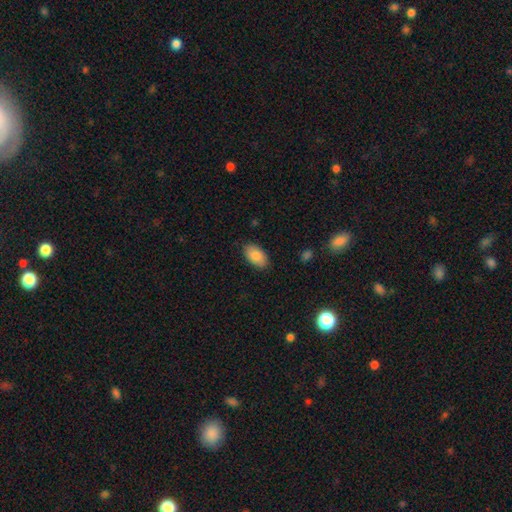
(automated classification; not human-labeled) This appears to be a smooth galaxy with no disk features (87%) that is in between round and cigar-shaped (94%). Merging: none (86%).